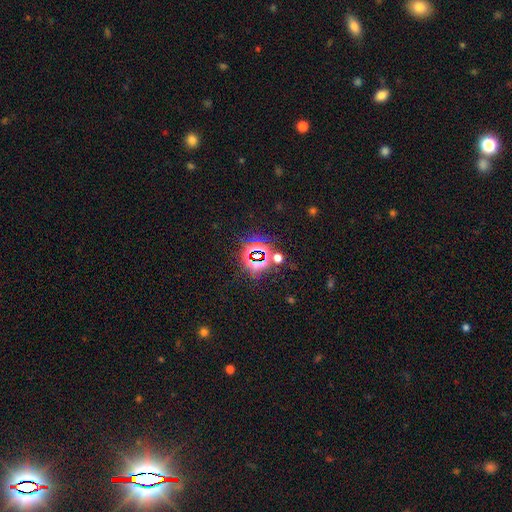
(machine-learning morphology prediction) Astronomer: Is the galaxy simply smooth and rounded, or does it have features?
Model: star or artifact — 77%.